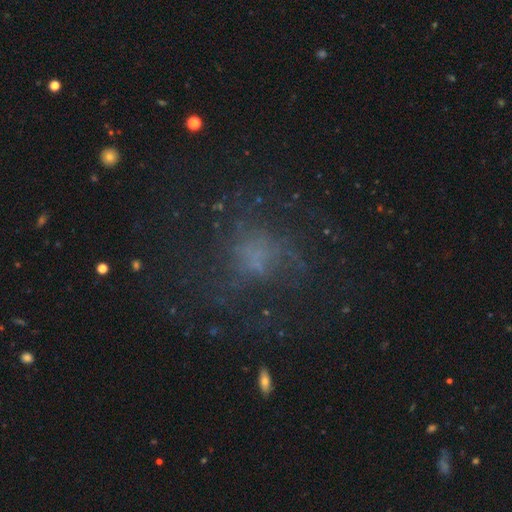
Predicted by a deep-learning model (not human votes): smooth-or-featured: featured or disk: 43% | smooth: 29% | star or artifact: 28%
  merging: none: 54% | major disturbance: 27% | minor disturbance: 16% | merger: 3%